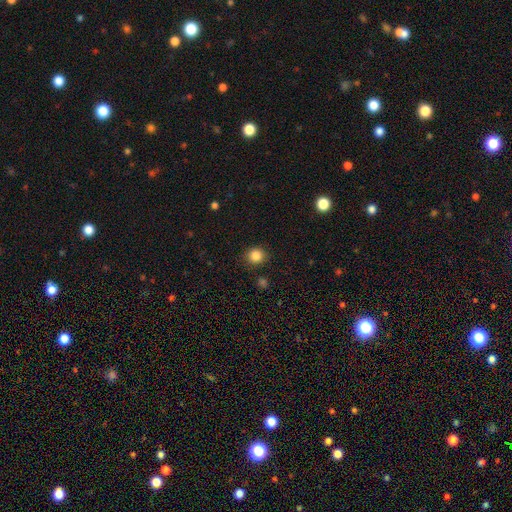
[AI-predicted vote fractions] The model was most divided on "how rounded": round: 86%, in between: 13%, cigar-shaped: 1%. More confident: merging — none (88%); smooth or featured — smooth (86%).